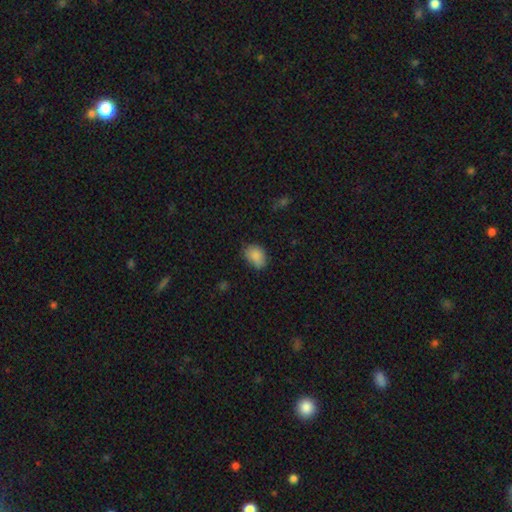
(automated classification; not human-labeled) The model was most divided on "merging": none: 63%, minor disturbance: 29%, major disturbance: 6%, merger: 2%. More confident: smooth or featured — smooth (85%); how rounded — in between (70%).